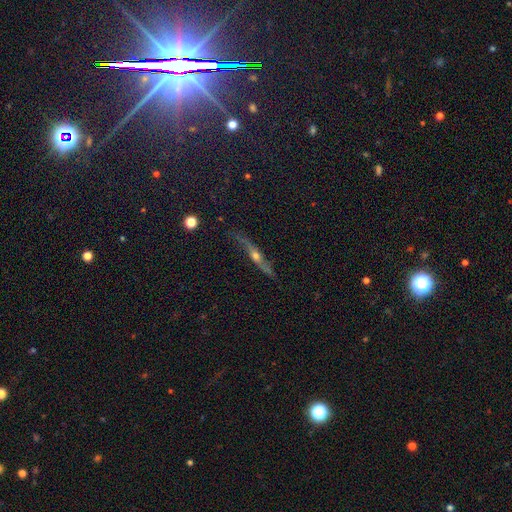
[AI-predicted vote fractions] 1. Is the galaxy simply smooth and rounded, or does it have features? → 76% featured or disk, 17% smooth, 8% star or artifact.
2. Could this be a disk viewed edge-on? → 80% yes, 20% no.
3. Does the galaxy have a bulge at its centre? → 89% rounded, 8% none, 3% boxy.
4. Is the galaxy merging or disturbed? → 70% none, 21% minor disturbance, 7% major disturbance, 3% merger.